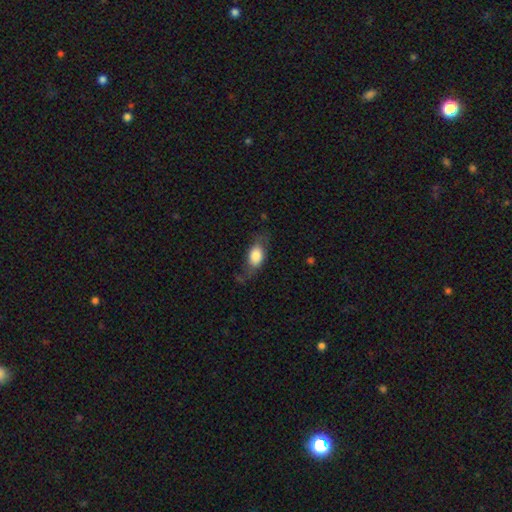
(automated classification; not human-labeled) This appears to be a smooth galaxy with no disk features (69%) that is in between round and cigar-shaped (83%). Merging: none (58%).